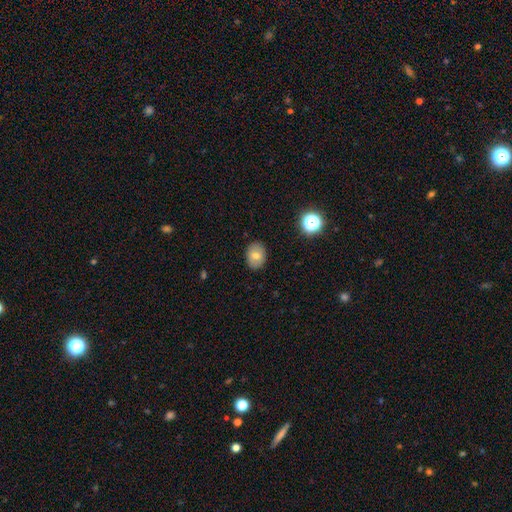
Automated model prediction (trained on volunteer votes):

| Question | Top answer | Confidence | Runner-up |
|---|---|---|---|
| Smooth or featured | smooth | 70% | featured or disk (19%) |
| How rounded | in between | 62% | round (37%) |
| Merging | none | 87% | minor disturbance (9%) |